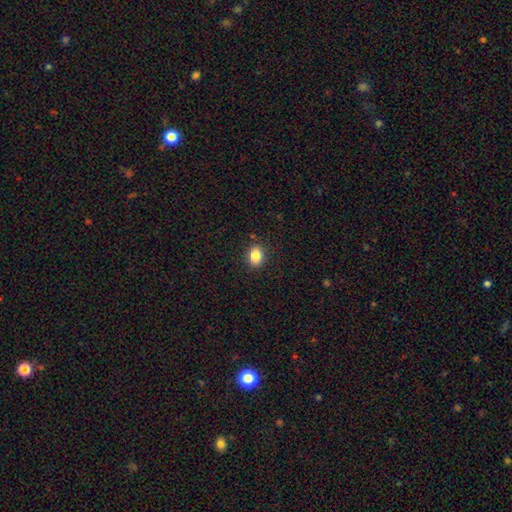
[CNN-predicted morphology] Smooth or featured? smooth (85%)
How rounded? in between (66%)
Merging? none (87%)